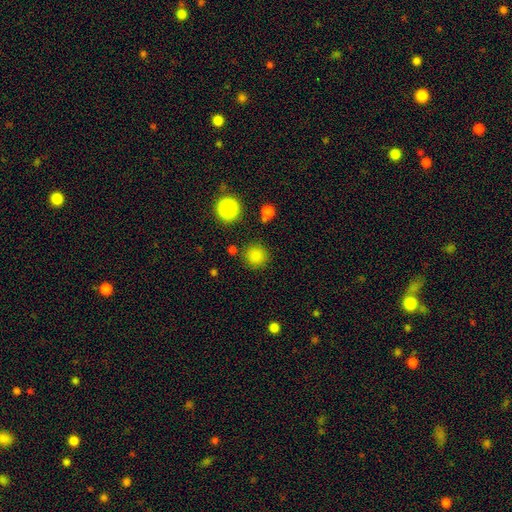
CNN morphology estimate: Overall: smooth (81%). How rounded: round (93%). Merging: none (85%).